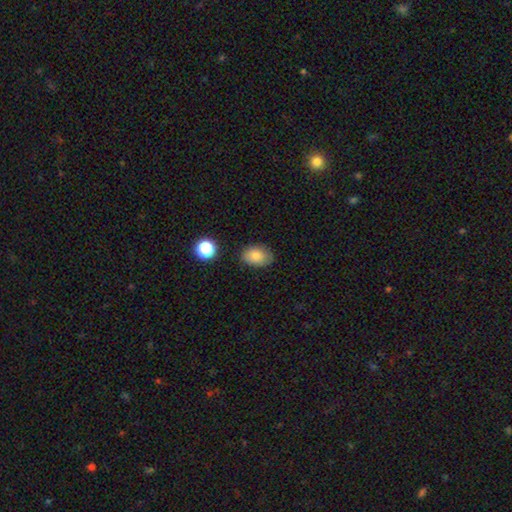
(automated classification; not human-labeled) smooth 82%, star or artifact 10%, featured or disk 9%. Down the decision tree: how rounded — in between (79%); merging — none (76%).